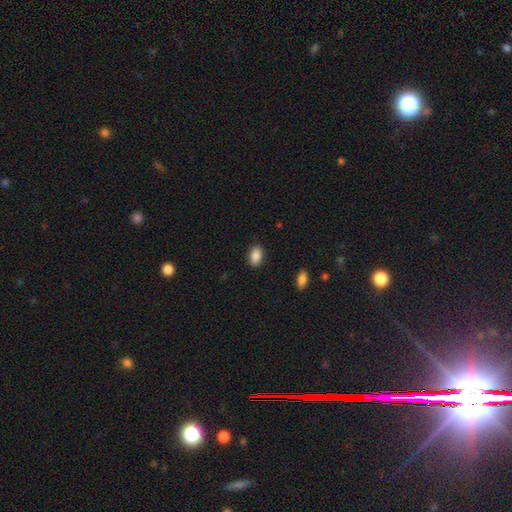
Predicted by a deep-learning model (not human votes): A smooth galaxy with no disk features (87%) that is in between round and cigar-shaped (87%). Merging: none (88%).